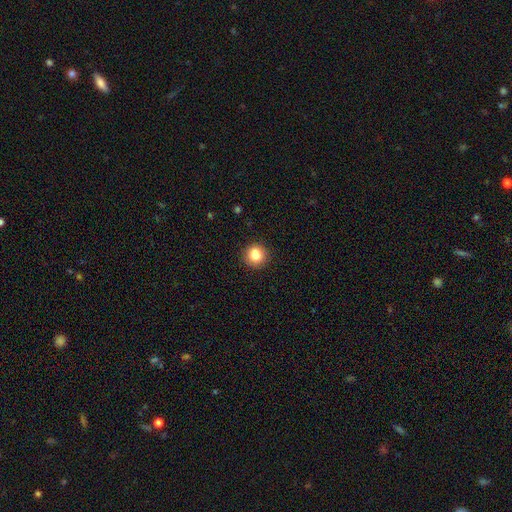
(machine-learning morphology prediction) This appears to be a smooth galaxy with no disk features (84%) that is round (90%). Merging: none (88%).